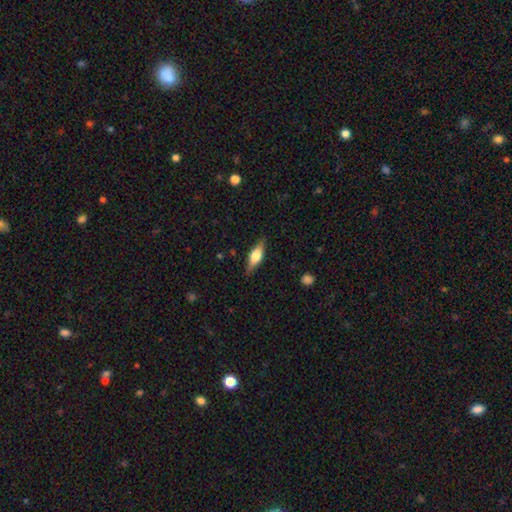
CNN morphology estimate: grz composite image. It shows a featured or disk galaxy (49%). Merging: none (85%).